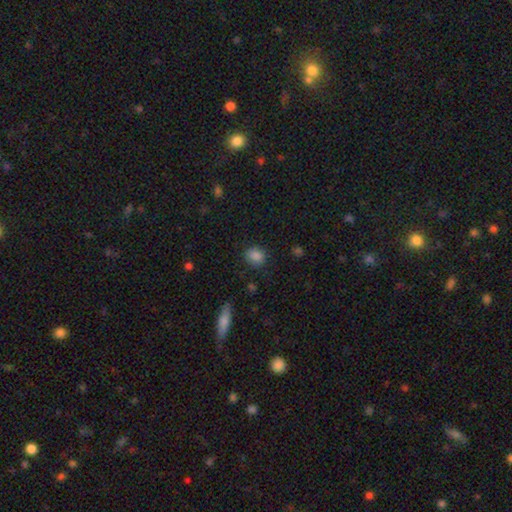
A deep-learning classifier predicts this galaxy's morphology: Overall: smooth (85%). How rounded: round (63%; in between 36%). Merging: none (79%).